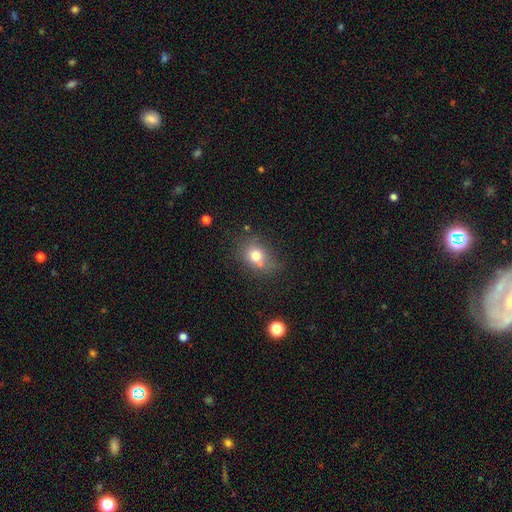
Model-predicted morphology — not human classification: smooth 72%, featured or disk 15%, star or artifact 13%. Down the decision tree: how rounded — round (56%); merging — none (50%).